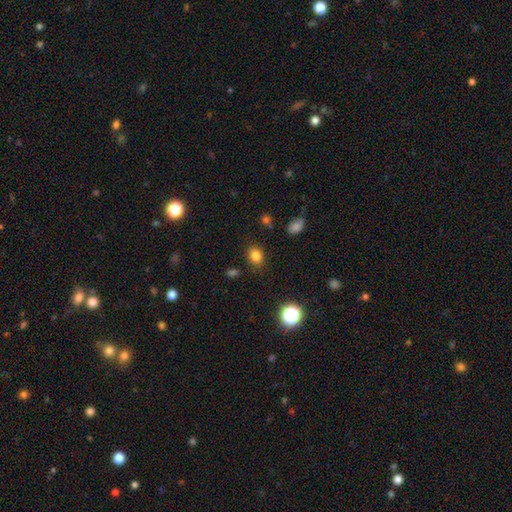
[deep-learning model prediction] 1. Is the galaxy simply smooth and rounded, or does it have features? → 80% smooth, 14% star or artifact, 6% featured or disk.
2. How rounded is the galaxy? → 51% round, 48% in between, 1% cigar-shaped.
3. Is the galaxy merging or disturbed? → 83% none, 11% minor disturbance, 3% major disturbance, 2% merger.